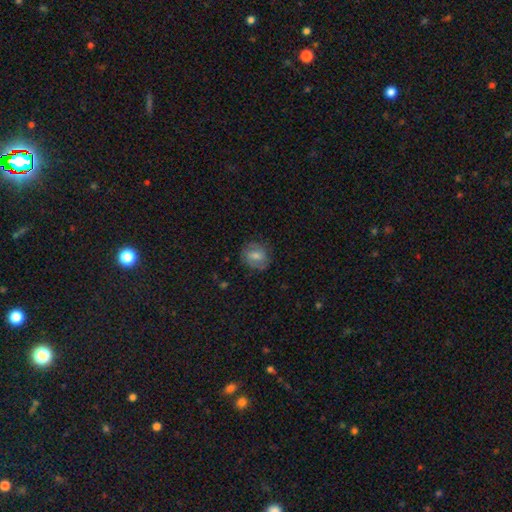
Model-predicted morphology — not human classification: type=smooth (50%); merging=none (80%).